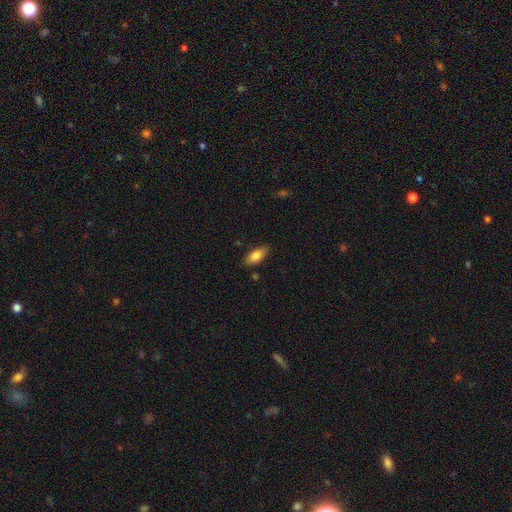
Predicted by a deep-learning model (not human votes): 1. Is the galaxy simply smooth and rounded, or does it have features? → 82% smooth, 11% featured or disk, 7% star or artifact.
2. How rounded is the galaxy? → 86% in between, 11% cigar-shaped, 2% round.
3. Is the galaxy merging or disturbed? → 84% none, 12% minor disturbance, 2% major disturbance, 2% merger.